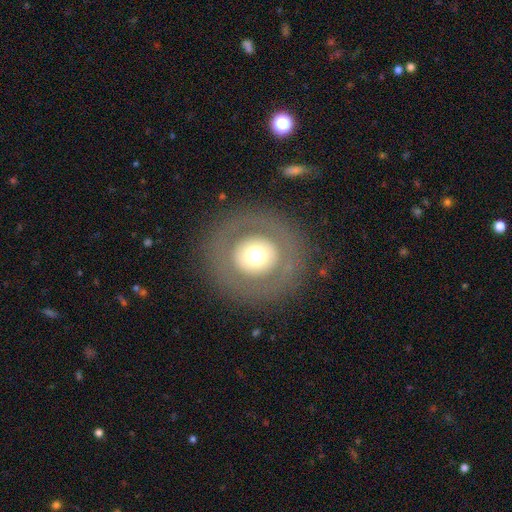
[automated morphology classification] smooth-or-featured: smooth: 55% | featured or disk: 36% | star or artifact: 9%
  how-rounded: round: 91% | in between: 8% | cigar-shaped: 1%
  merging: none: 86% | minor disturbance: 6% | major disturbance: 6% | merger: 1%